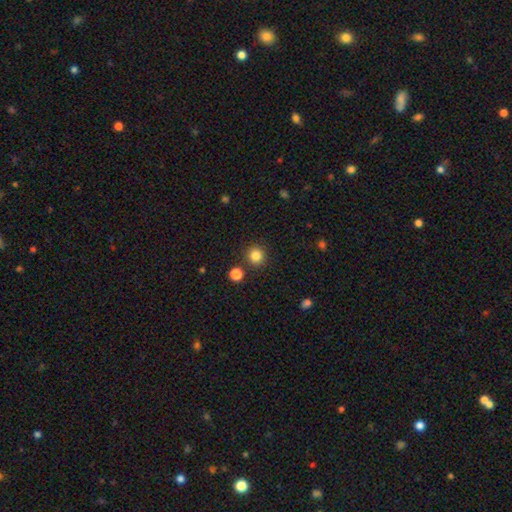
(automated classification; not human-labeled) Smooth or featured? Predicted: smooth (p=0.84). How rounded? Predicted: round (p=0.93). Merging? Predicted: none (p=0.88).